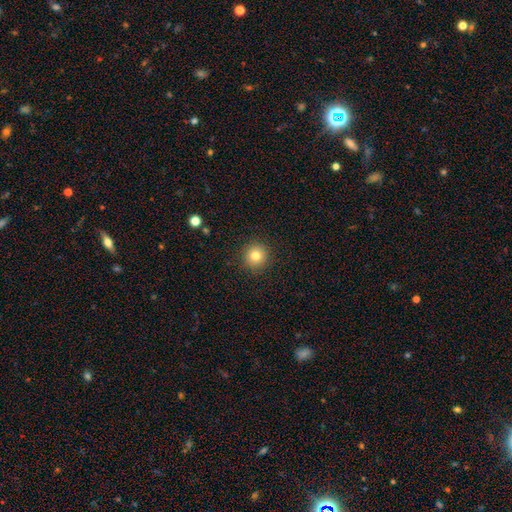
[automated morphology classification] This appears to be a smooth galaxy with no disk features (80%) that is round (93%). Merging: none (91%).